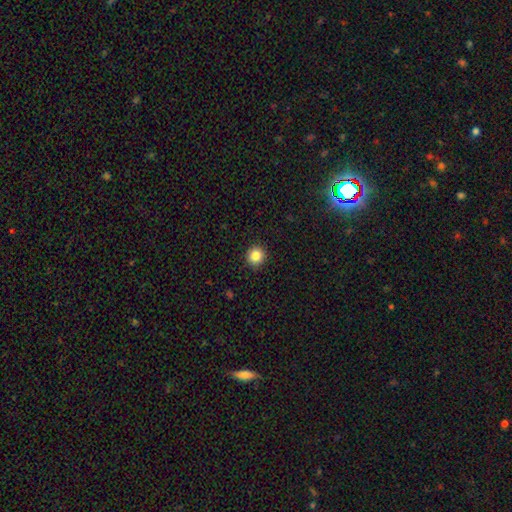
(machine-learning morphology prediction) smooth_or_featured: smooth (p=0.86) [alt: star or artifact p=0.10]
how_rounded: round (p=0.92) [alt: in between p=0.07]
merging: none (p=0.92) [alt: minor disturbance p=0.06]